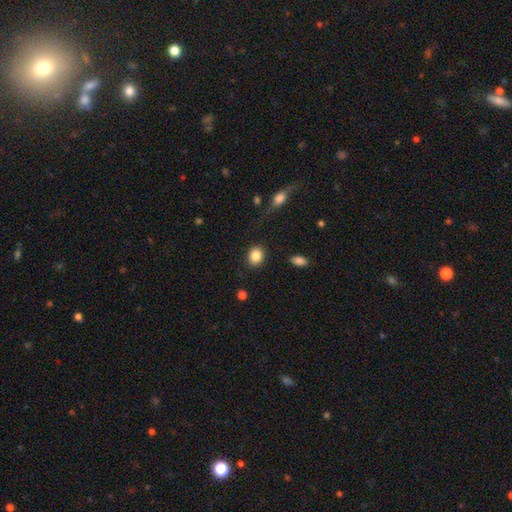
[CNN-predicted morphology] This appears to be a smooth galaxy with no disk features (87%) that is round (64%). Merging: none (87%).